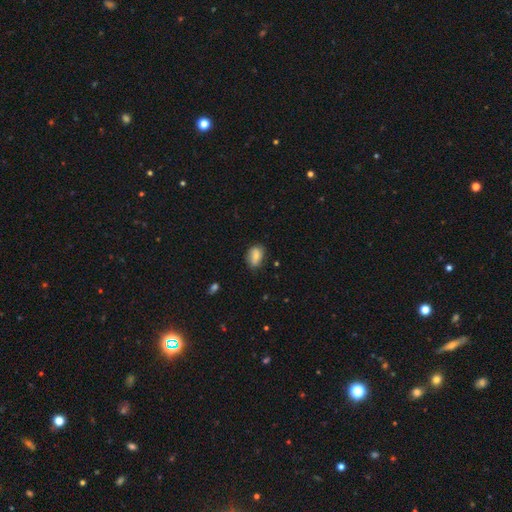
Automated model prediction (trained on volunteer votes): A smooth galaxy with no disk features (67%) that is in between round and cigar-shaped (81%).

Vote fractions:
- Smooth or featured? smooth: 67% / featured or disk: 24% / star or artifact: 9%
- How rounded? in between: 81% / round: 16% / cigar-shaped: 2%
- Merging? none: 68% / minor disturbance: 25% / major disturbance: 5% / merger: 2%